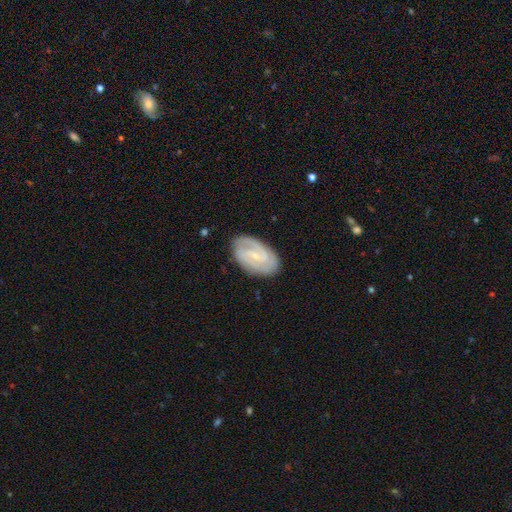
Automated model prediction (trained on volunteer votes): The model was most divided on "spiral winding": tight: 48%, medium: 41%, loose: 11%. More confident: edge-on disk — no (97%); spiral arms — yes (95%); merging — none (82%); smooth or featured — featured or disk (81%); bulge size — small (72%); spiral arm count — 2 (68%); bar — weak (54%).